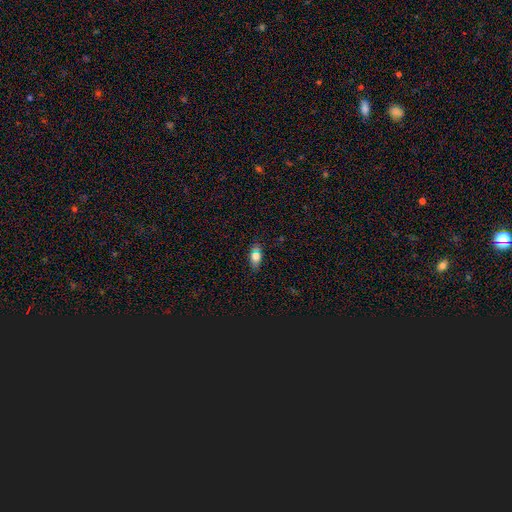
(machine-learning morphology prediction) Overall: smooth (69%). How rounded: in between (78%). Merging: none (79%).